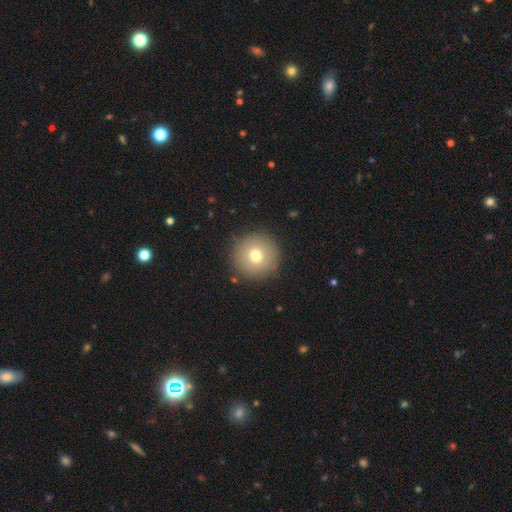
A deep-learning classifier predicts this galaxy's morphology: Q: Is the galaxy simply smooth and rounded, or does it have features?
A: smooth — 74%.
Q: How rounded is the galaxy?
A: round — 96%.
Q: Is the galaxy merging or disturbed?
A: none — 90%.